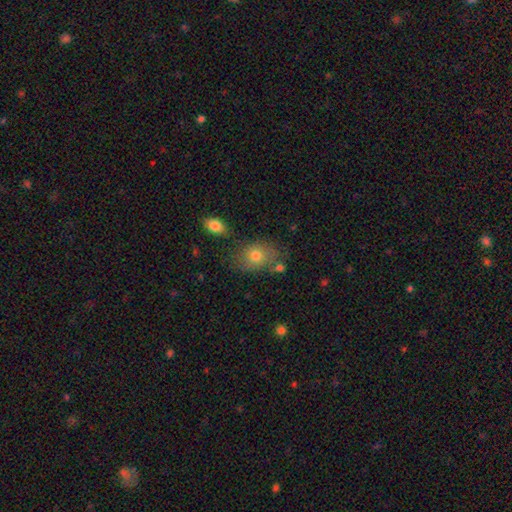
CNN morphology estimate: This appears to be a smooth galaxy with no disk features (75%) that is in between round and cigar-shaped (64%). Merging: none (69%).